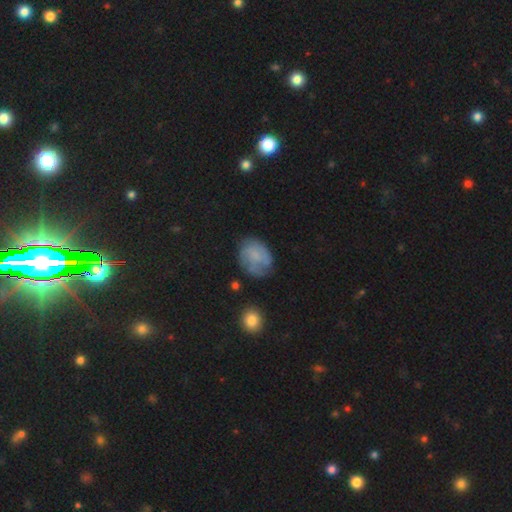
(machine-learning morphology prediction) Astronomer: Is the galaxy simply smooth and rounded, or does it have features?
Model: smooth — 47% (runner-up: featured or disk, 43%).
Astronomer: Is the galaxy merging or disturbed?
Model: none — 57%.